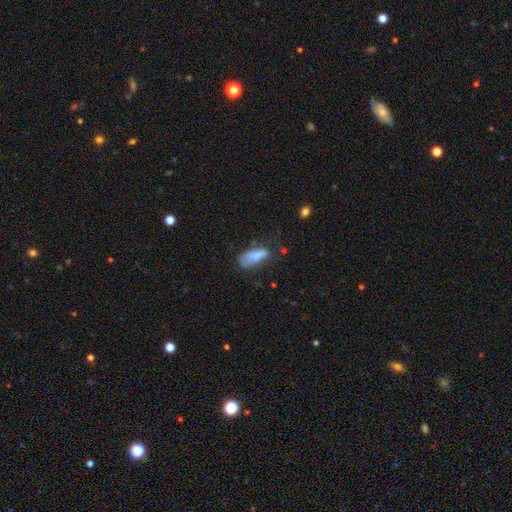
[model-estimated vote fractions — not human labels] Q: Smooth or featured?
A: smooth (76%); runner-up: featured or disk (15%)
Q: How rounded?
A: in between (76%); runner-up: cigar-shaped (22%)
Q: Merging?
A: none (35%); runner-up: minor disturbance (32%)